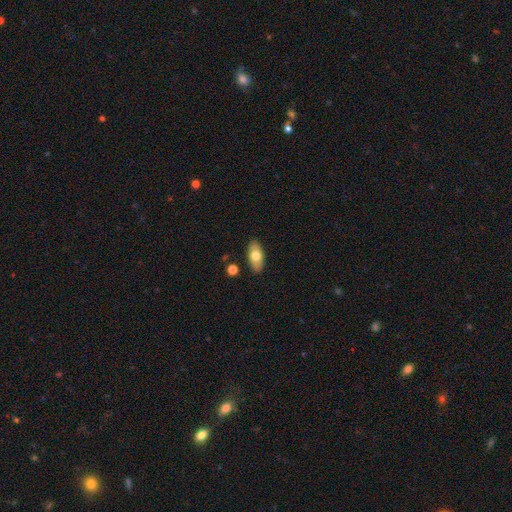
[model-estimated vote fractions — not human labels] Smooth or featured? smooth (70%)
How rounded? in between (88%)
Merging? none (87%)